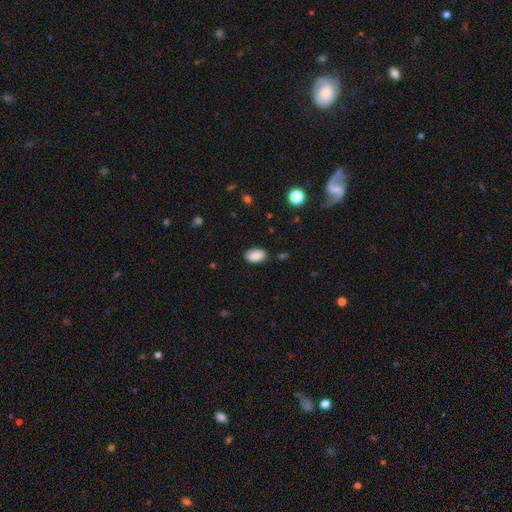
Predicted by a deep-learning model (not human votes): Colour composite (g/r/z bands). It shows a smooth galaxy with no disk features (83%) that is in between round and cigar-shaped (91%). Merging: none (80%).